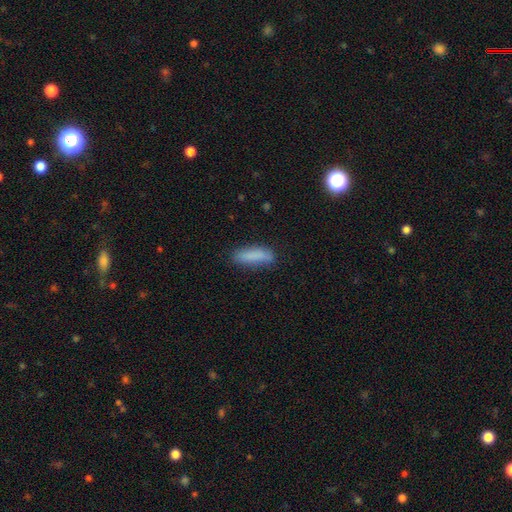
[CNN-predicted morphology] A smooth galaxy with no disk features (84%) that is cigar-shaped (61%).

Vote fractions:
- Smooth or featured? smooth: 84% / featured or disk: 9% / star or artifact: 7%
- How rounded? cigar-shaped: 61% / in between: 37% / round: 2%
- Merging? none: 77% / minor disturbance: 17% / major disturbance: 4% / merger: 2%